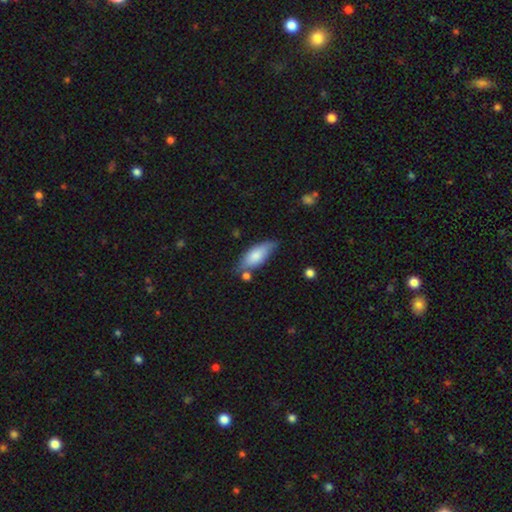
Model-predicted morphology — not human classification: type=smooth (76%); roundness=in between (77%); merging=none (61%).